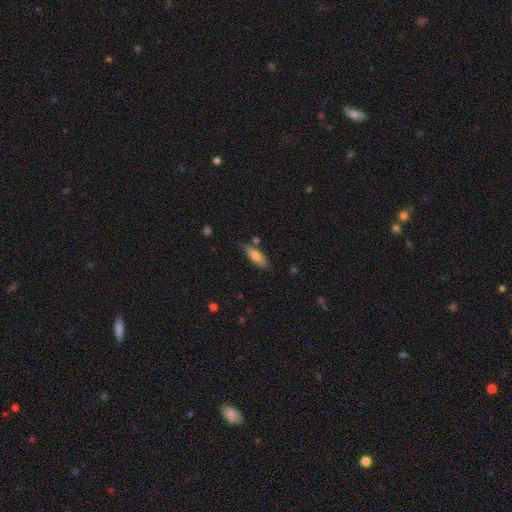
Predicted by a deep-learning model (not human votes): A smooth galaxy with no disk features (71%) that is in between round and cigar-shaped (55%).

Vote fractions:
- Smooth or featured? smooth: 71% / featured or disk: 22% / star or artifact: 7%
- How rounded? in between: 55% / cigar-shaped: 43% / round: 2%
- Merging? none: 75% / minor disturbance: 17% / merger: 5% / major disturbance: 3%